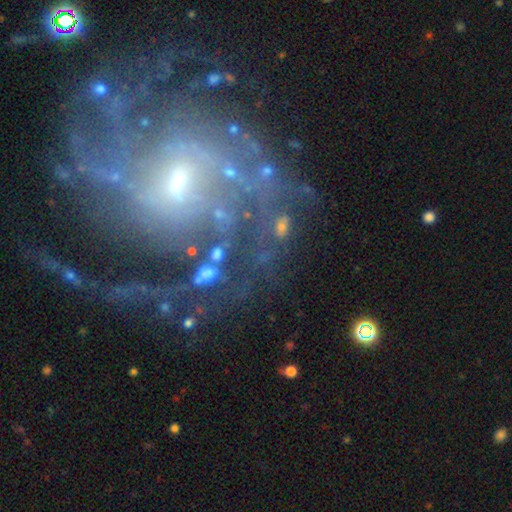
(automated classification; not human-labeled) Overall: featured or disk (87%). Edge-on disk: no (98%). Bar: weak (45%; no 41%). Spiral arms: yes (96%). Spiral arm count: 2 (26%; can't tell 25%). Spiral winding: medium (42%; tight 36%). Bulge size: small (60%; moderate 32%). Merging: none (62%).